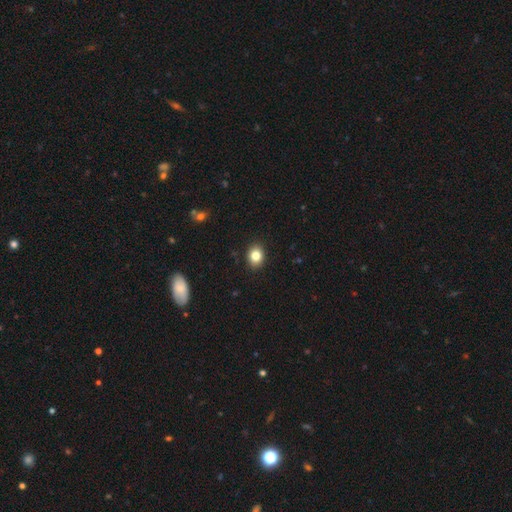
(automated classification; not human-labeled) Smooth or featured?
  - smooth: 82% *
  - star or artifact: 10%
  - featured or disk: 7%
How rounded?
  - in between: 50% *
  - round: 49%
  - cigar-shaped: 1%
Merging?
  - none: 90% *
  - minor disturbance: 7%
  - major disturbance: 2%
  - merger: 1%